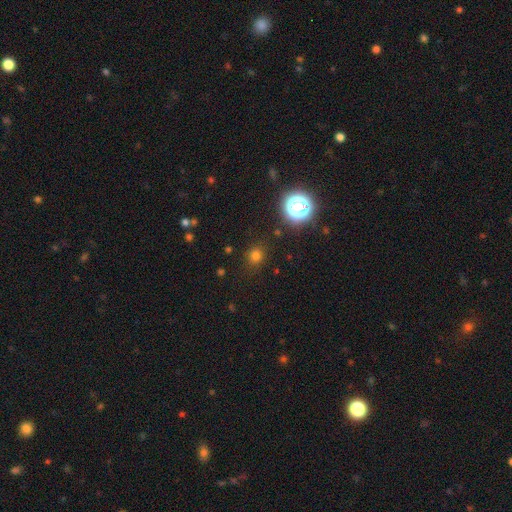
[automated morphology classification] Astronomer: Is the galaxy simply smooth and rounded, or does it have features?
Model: smooth — 73%.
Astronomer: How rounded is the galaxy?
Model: round — 87%.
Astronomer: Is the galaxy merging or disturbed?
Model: none — 87%.